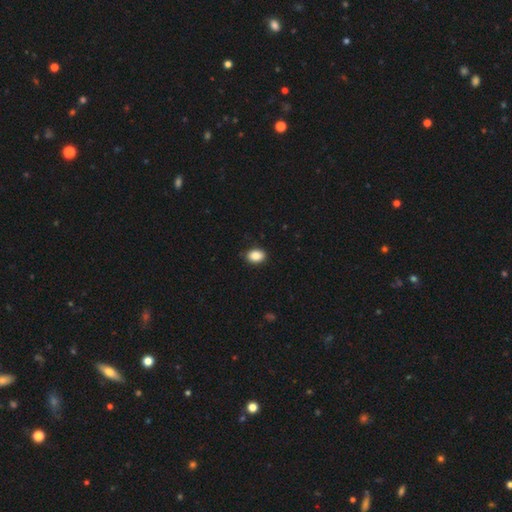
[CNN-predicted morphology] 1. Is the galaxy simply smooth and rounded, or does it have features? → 89% smooth, 8% star or artifact, 3% featured or disk.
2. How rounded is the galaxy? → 74% in between, 25% round, 1% cigar-shaped.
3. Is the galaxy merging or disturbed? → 88% none, 9% minor disturbance, 2% major disturbance, 1% merger.